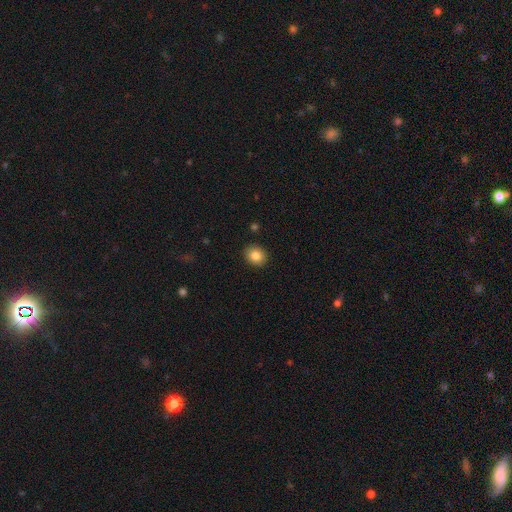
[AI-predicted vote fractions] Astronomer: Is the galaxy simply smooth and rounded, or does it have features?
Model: smooth — 84%.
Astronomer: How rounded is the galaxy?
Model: round — 65%.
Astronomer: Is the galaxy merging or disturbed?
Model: none — 90%.